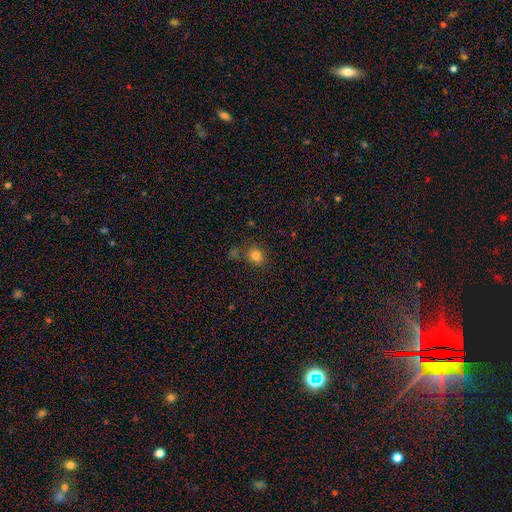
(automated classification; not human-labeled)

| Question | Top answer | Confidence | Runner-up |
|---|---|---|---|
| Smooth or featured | smooth | 81% | star or artifact (14%) |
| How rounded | round | 80% | in between (20%) |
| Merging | none | 74% | minor disturbance (11%) |